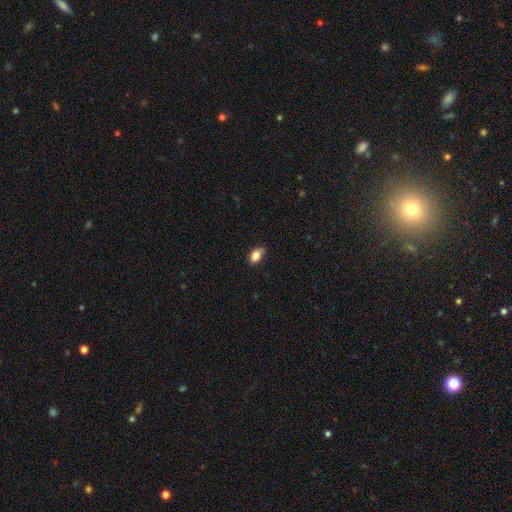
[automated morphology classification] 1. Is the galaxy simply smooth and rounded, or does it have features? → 83% smooth, 10% featured or disk, 8% star or artifact.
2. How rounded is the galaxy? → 88% in between, 8% round, 3% cigar-shaped.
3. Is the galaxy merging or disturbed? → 80% none, 16% minor disturbance, 2% major disturbance, 1% merger.